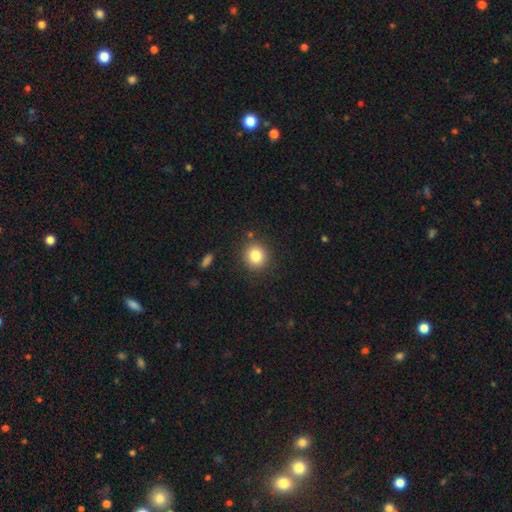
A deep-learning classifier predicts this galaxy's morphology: Smooth or featured?
  - smooth: 83% *
  - star or artifact: 11%
  - featured or disk: 7%
How rounded?
  - round: 86% *
  - in between: 13%
  - cigar-shaped: 1%
Merging?
  - none: 87% *
  - minor disturbance: 8%
  - major disturbance: 3%
  - merger: 2%